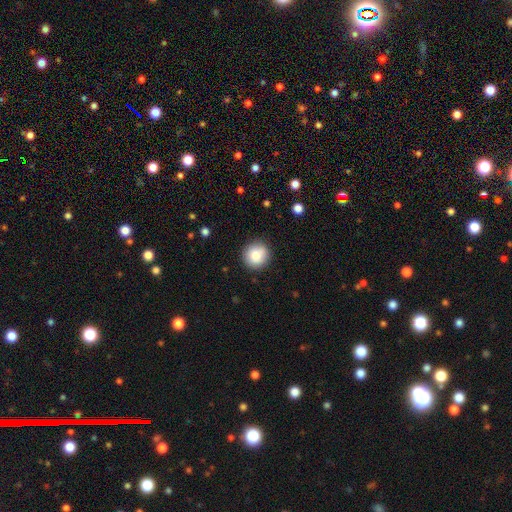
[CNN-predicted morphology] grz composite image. It shows a smooth galaxy with no disk features (85%) that is round (92%). Merging: none (89%).